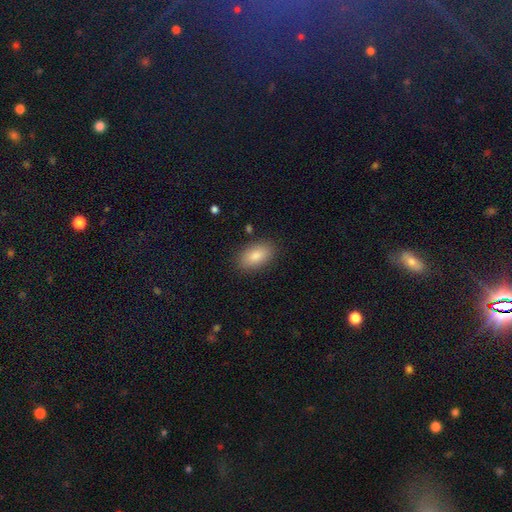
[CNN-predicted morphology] smooth-or-featured: smooth: 86% | featured or disk: 8% | star or artifact: 7%
  how-rounded: in between: 93% | round: 5% | cigar-shaped: 2%
  merging: none: 86% | minor disturbance: 10% | major disturbance: 3% | merger: 1%